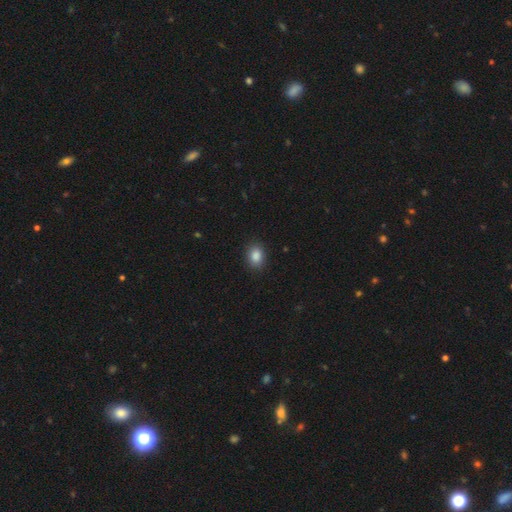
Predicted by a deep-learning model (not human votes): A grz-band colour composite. It shows a smooth galaxy with no disk features (87%) that is in between round and cigar-shaped (64%). Merging: none (87%).